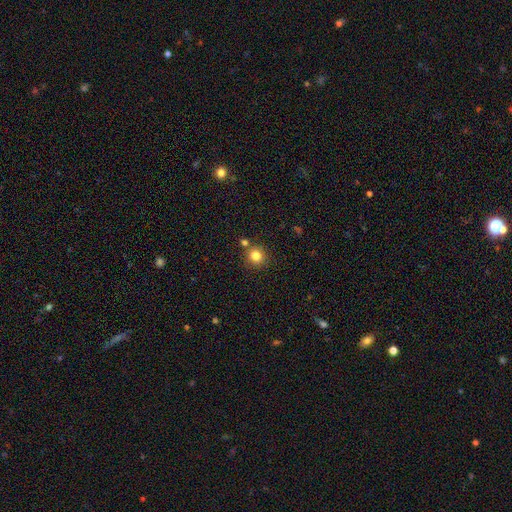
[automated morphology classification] Smooth or featured? Predicted: smooth (p=0.81). How rounded? Predicted: round (p=0.92). Merging? Predicted: none (p=0.80).